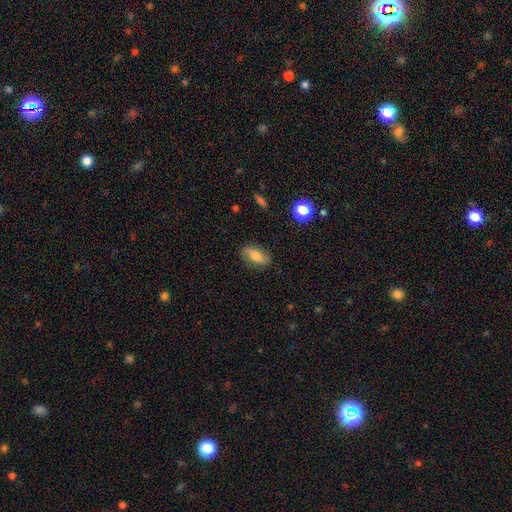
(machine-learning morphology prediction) Smooth or featured?
  - smooth: 61% *
  - featured or disk: 30%
  - star or artifact: 9%
How rounded?
  - in between: 78% *
  - cigar-shaped: 15%
  - round: 7%
Merging?
  - none: 82% *
  - minor disturbance: 13%
  - major disturbance: 3%
  - merger: 1%